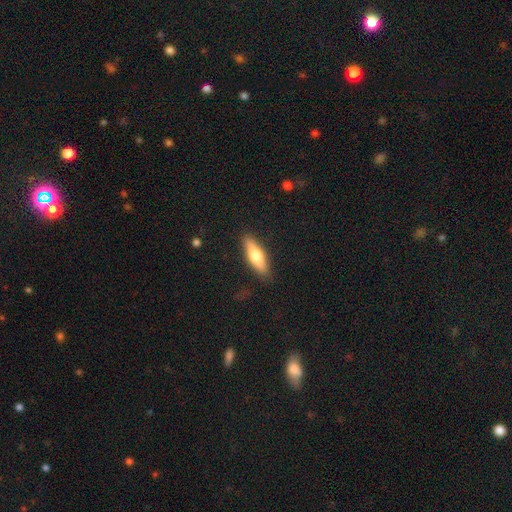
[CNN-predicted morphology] Overall: smooth (57%; featured or disk 37%). How rounded: cigar-shaped (60%; in between 37%). Merging: none (87%).